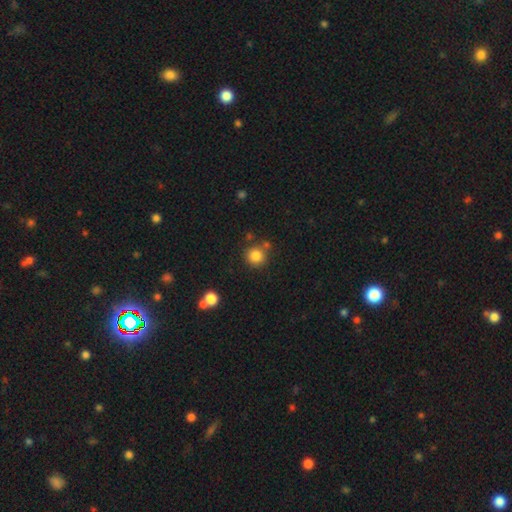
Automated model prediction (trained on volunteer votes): Smooth or featured?
  - smooth: 83% *
  - star or artifact: 12%
  - featured or disk: 5%
How rounded?
  - round: 93% *
  - in between: 6%
  - cigar-shaped: 1%
Merging?
  - none: 77% *
  - merger: 10%
  - minor disturbance: 9%
  - major disturbance: 3%